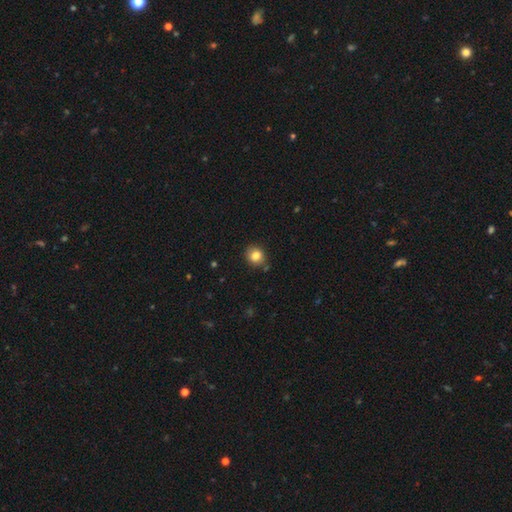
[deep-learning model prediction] smooth-or-featured: smooth: 83% | star or artifact: 10% | featured or disk: 7%
  how-rounded: round: 80% | in between: 19% | cigar-shaped: 1%
  merging: none: 82% | minor disturbance: 12% | merger: 4% | major disturbance: 2%